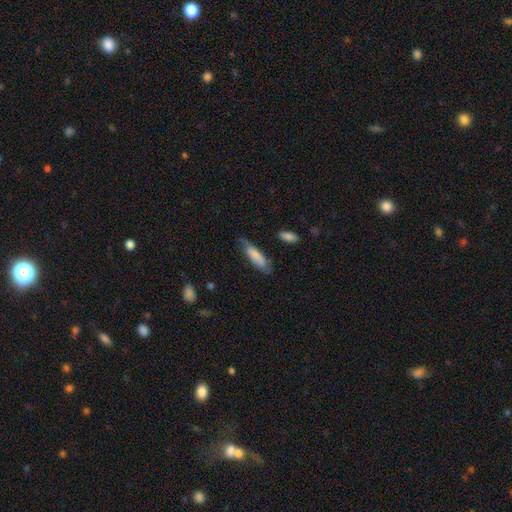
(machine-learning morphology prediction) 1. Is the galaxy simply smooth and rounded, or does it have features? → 79% smooth, 15% featured or disk, 6% star or artifact.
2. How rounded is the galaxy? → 53% cigar-shaped, 45% in between, 2% round.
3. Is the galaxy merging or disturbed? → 63% none, 27% minor disturbance, 7% major disturbance, 3% merger.